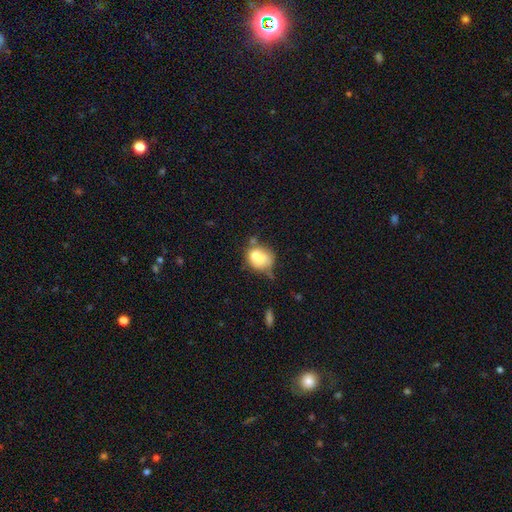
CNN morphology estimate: smooth 72%, featured or disk 18%, star or artifact 9%. Down the decision tree: how rounded — round (56%); merging — none (34%).